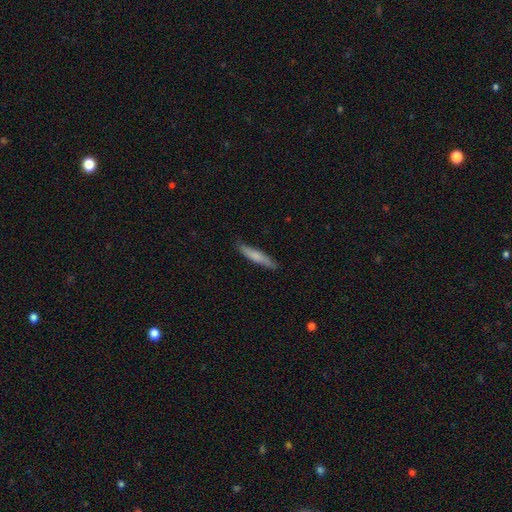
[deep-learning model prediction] This appears to be a smooth galaxy with no disk features (71%) that is cigar-shaped (90%). Merging: none (85%).